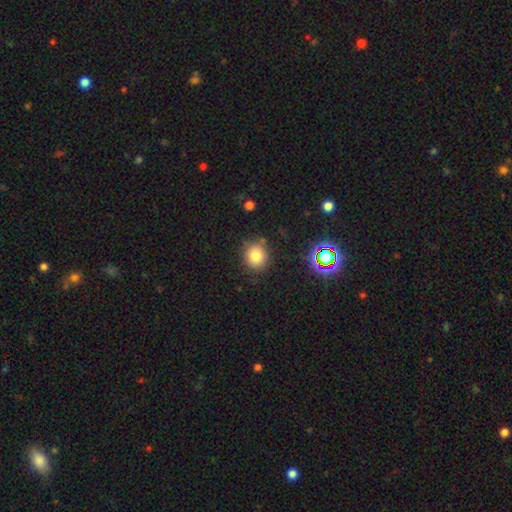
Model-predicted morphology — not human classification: Smooth or featured?
  - smooth: 79% *
  - star or artifact: 14%
  - featured or disk: 7%
How rounded?
  - round: 80% *
  - in between: 19%
  - cigar-shaped: 1%
Merging?
  - none: 81% *
  - minor disturbance: 12%
  - major disturbance: 3%
  - merger: 3%